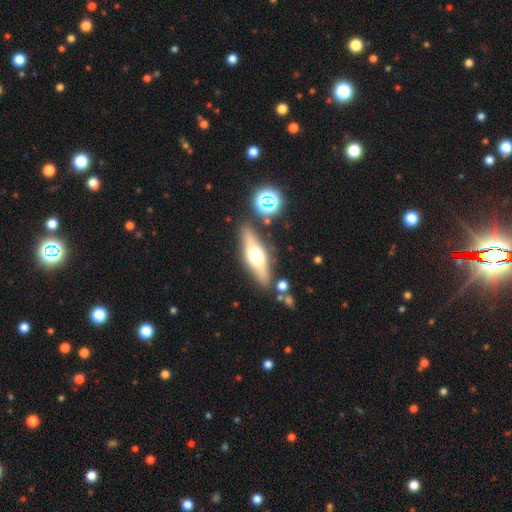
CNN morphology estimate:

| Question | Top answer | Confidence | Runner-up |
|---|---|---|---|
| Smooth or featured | featured or disk | 52% | smooth (39%) |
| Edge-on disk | yes | 85% | no (15%) |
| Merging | none | 81% | minor disturbance (11%) |